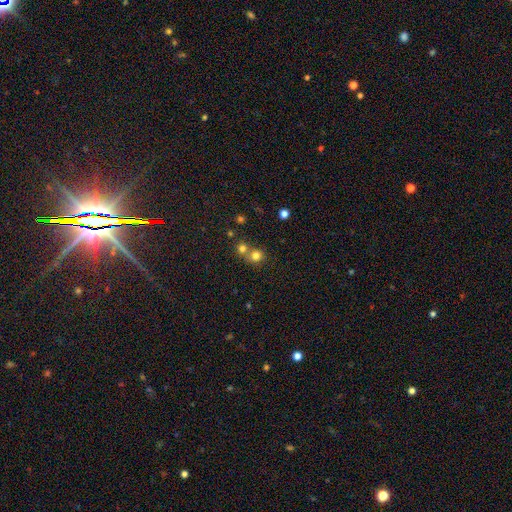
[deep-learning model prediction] This is likely a smooth galaxy (77%). How rounded: clearly round (87%). Merging: possibly none (48%).